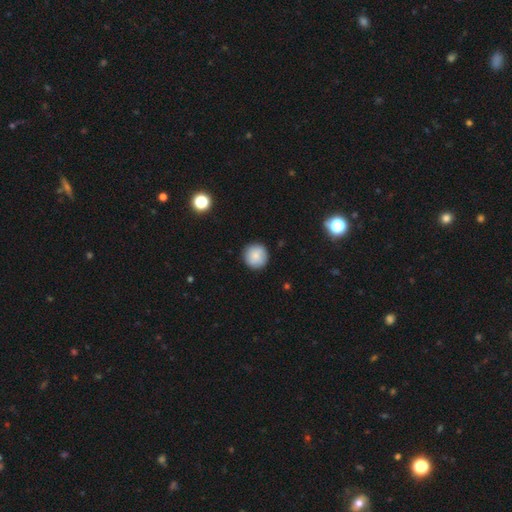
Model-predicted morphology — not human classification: Smooth or featured? smooth (81%)
How rounded? round (96%)
Merging? none (90%)